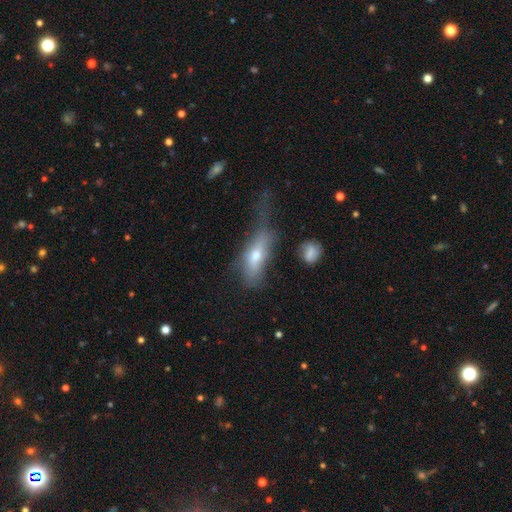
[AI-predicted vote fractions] Morphology: type=smooth (56%); roundness=in between (59%); merging=major disturbance (40%).